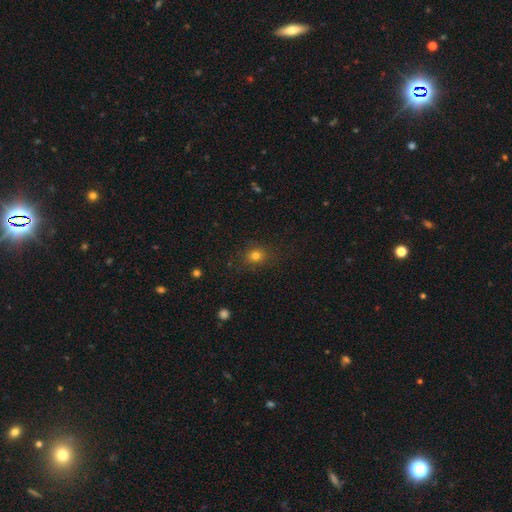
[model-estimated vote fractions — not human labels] The model was most divided on "how rounded": round: 75%, in between: 24%, cigar-shaped: 1%. More confident: merging — none (83%); smooth or featured — smooth (78%).